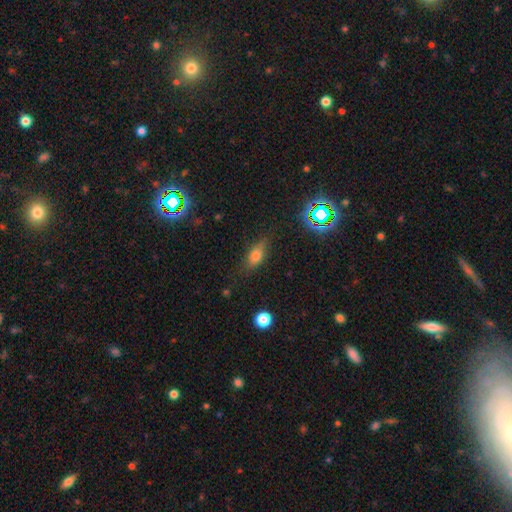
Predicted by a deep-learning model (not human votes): Q: Smooth or featured?
A: smooth (68%); runner-up: featured or disk (18%)
Q: How rounded?
A: in between (77%); runner-up: cigar-shaped (14%)
Q: Merging?
A: none (75%); runner-up: minor disturbance (18%)